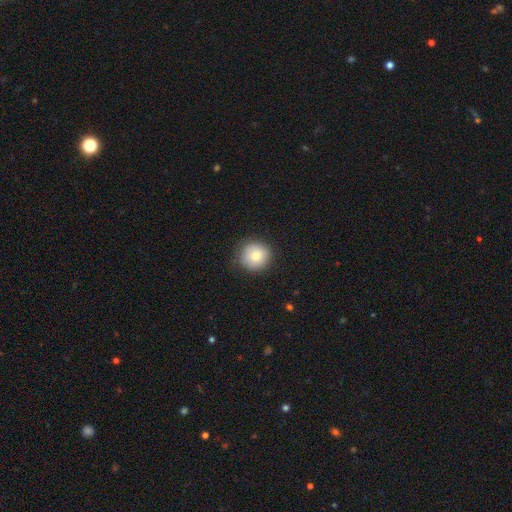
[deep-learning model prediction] Smooth or featured? Predicted: smooth (p=0.79). How rounded? Predicted: round (p=0.93). Merging? Predicted: none (p=0.87).